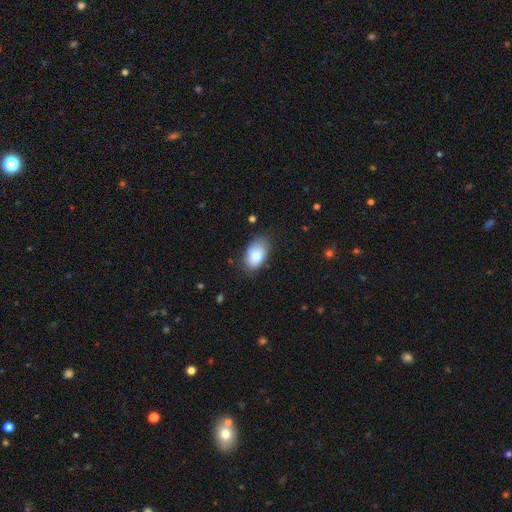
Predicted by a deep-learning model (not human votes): Overall: smooth (84%). How rounded: in between (92%). Merging: none (72%).